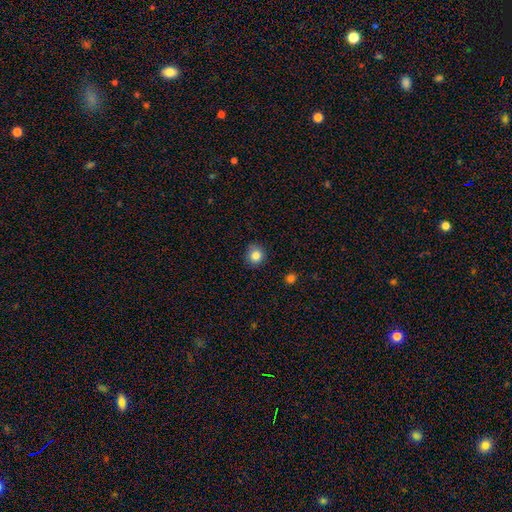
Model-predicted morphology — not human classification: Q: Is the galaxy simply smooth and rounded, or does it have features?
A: smooth — 84%.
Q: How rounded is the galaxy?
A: round — 89%.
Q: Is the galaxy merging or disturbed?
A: none — 84%.